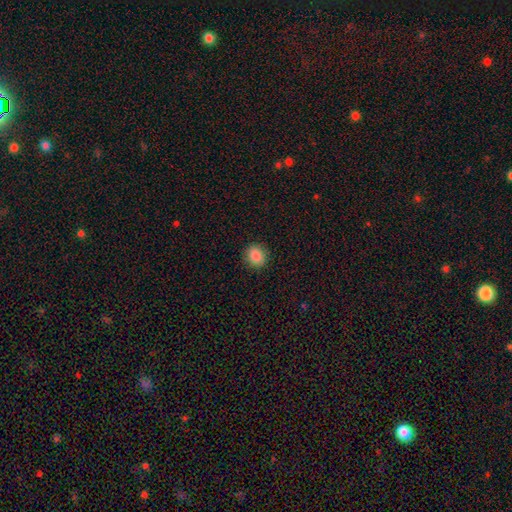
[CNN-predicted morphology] The model was most divided on "how rounded": round: 81%, in between: 18%, cigar-shaped: 1%. More confident: merging — none (90%); smooth or featured — smooth (87%).